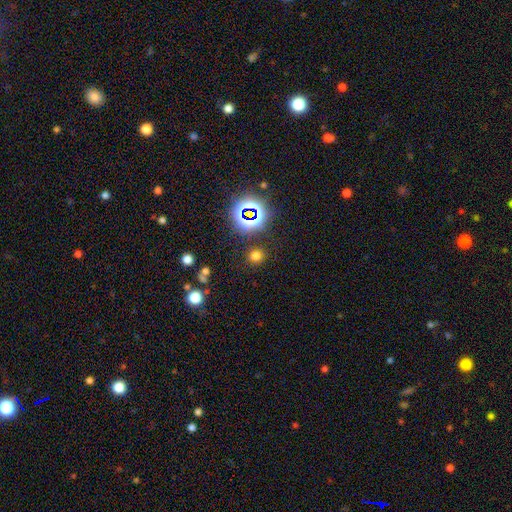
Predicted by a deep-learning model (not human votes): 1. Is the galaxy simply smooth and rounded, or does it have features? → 67% smooth, 27% star or artifact, 6% featured or disk.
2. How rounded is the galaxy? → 88% round, 11% in between, 1% cigar-shaped.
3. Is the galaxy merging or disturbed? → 87% none, 7% minor disturbance, 3% major disturbance, 3% merger.